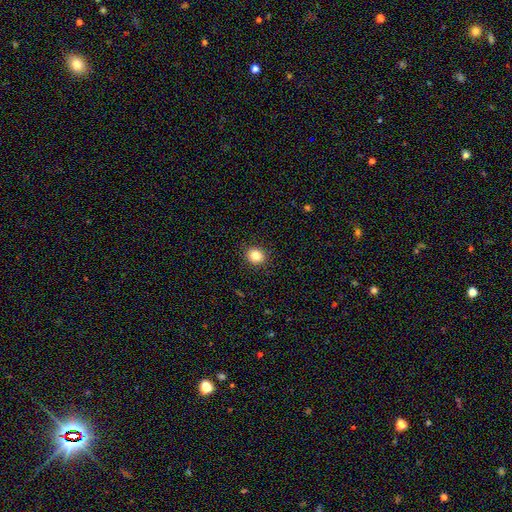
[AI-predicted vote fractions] Smooth or featured? smooth (84%)
How rounded? round (79%)
Merging? none (91%)